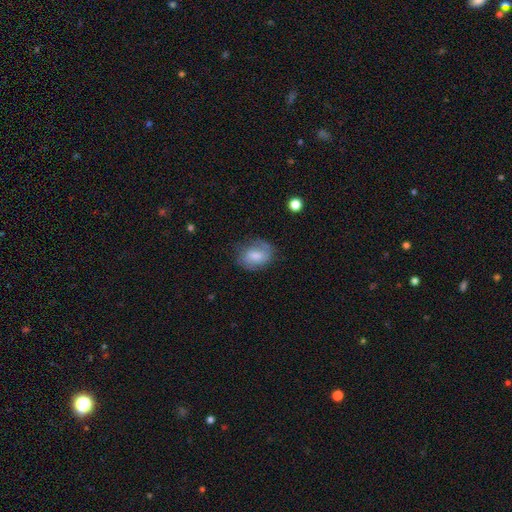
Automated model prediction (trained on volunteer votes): Q: Smooth or featured?
A: smooth (65%); runner-up: featured or disk (27%)
Q: How rounded?
A: in between (65%); runner-up: round (34%)
Q: Merging?
A: none (64%); runner-up: minor disturbance (25%)